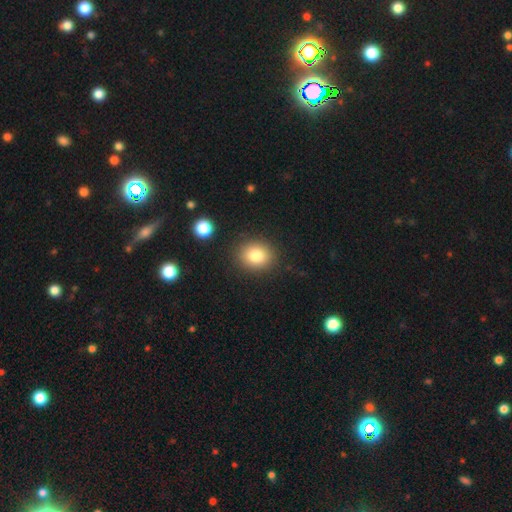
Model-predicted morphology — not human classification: smooth 81%, star or artifact 11%, featured or disk 8%. Down the decision tree: how rounded — round (64%); merging — none (87%).